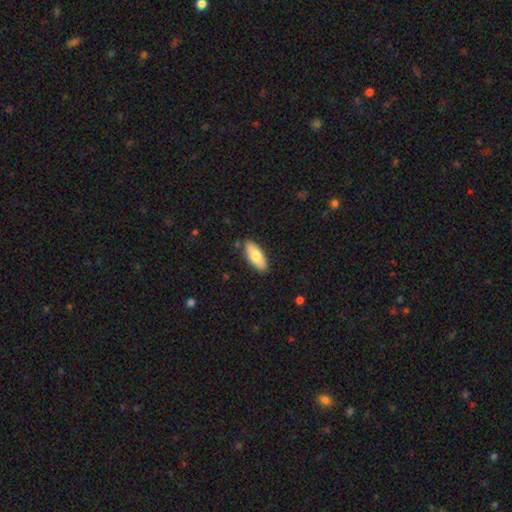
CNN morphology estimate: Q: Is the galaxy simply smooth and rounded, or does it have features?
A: smooth — 75%.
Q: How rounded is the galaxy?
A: in between — 79%.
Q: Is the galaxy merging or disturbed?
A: none — 87%.